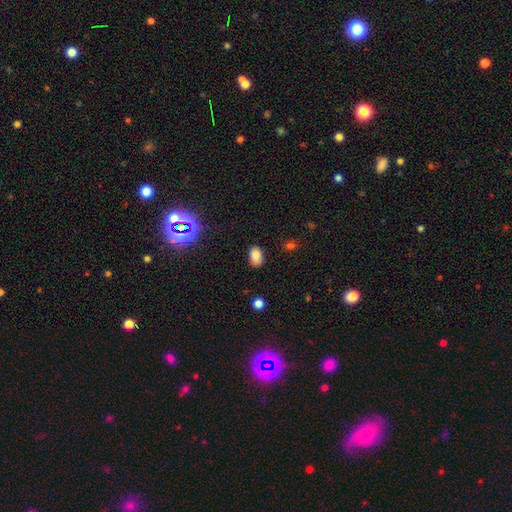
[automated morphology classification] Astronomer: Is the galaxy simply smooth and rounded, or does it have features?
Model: smooth — 82%.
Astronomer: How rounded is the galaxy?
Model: in between — 86%.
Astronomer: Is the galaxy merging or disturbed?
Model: none — 79%.